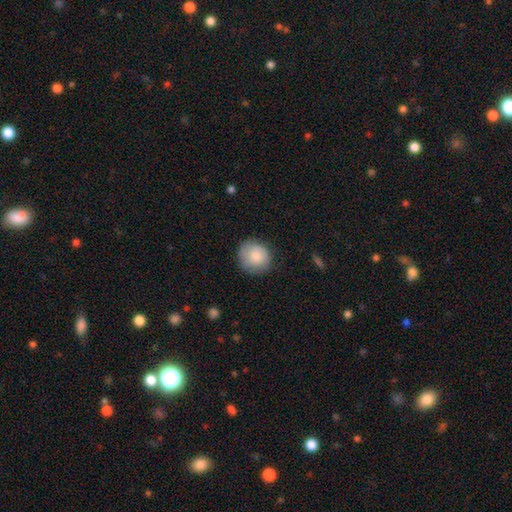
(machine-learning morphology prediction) smooth 84%, featured or disk 9%, star or artifact 7%. Down the decision tree: how rounded — round (87%); merging — none (80%).